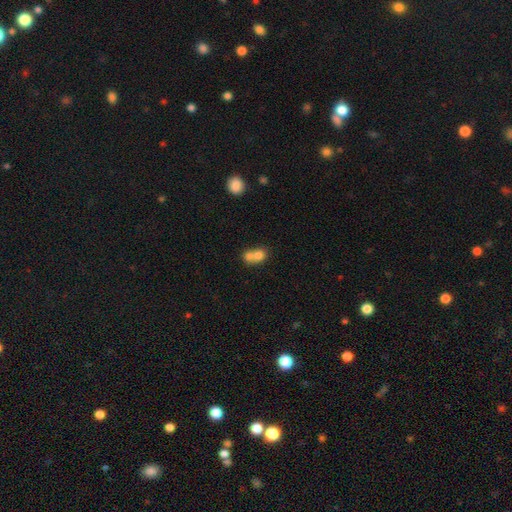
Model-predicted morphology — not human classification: smooth 73%, featured or disk 18%, star or artifact 10%. Down the decision tree: how rounded — round (65%); merging — merger (69%).